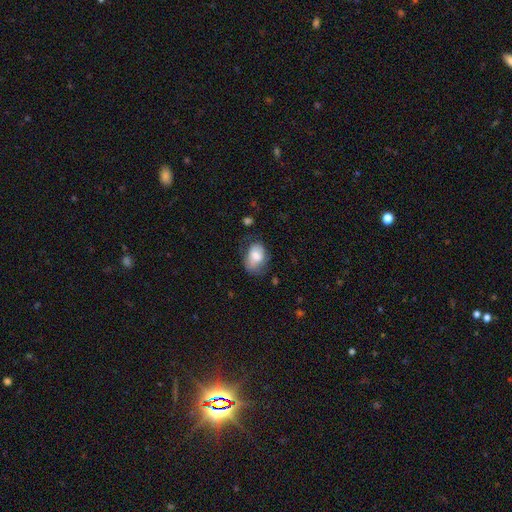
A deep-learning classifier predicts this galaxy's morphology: Smooth or featured? smooth (70%)
How rounded? in between (81%)
Merging? none (47%)